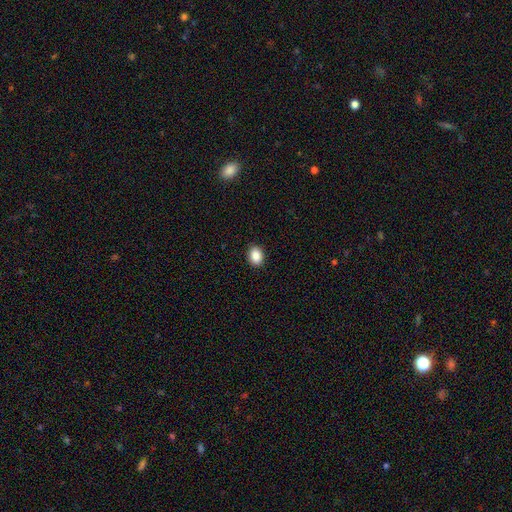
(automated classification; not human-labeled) Smooth or featured? Predicted: smooth (p=0.88). How rounded? Predicted: in between (p=0.71). Merging? Predicted: none (p=0.91).